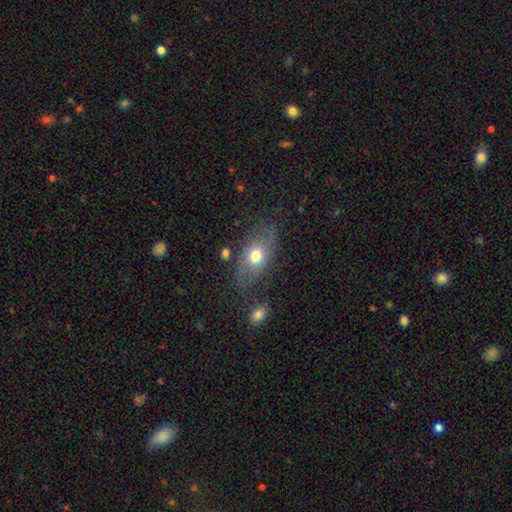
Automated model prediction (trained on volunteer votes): Morphology: type=smooth (65%); roundness=in between (79%); merging=none (67%).